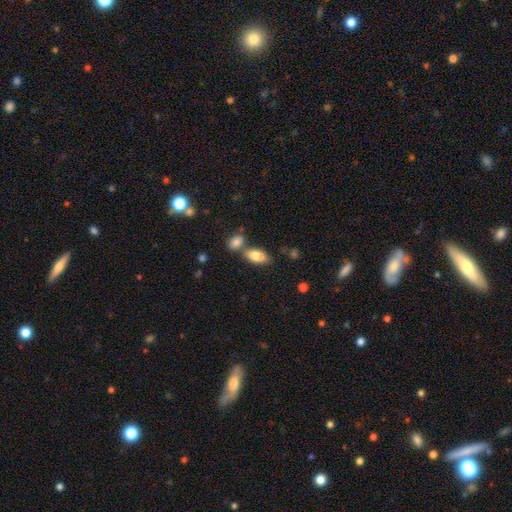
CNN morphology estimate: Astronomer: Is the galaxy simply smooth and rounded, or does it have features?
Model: smooth — 83%.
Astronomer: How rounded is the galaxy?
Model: in between — 90%.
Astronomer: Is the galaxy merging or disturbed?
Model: none — 56%.